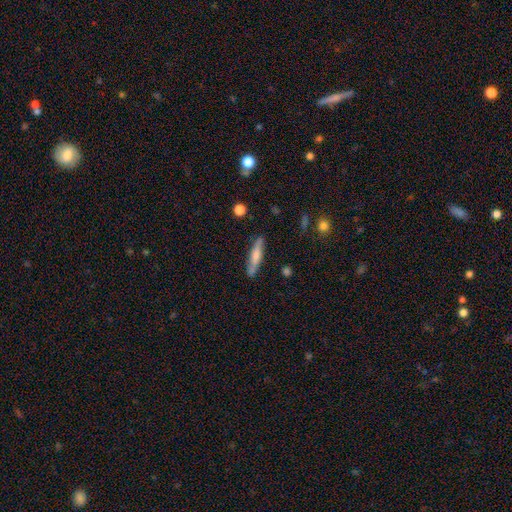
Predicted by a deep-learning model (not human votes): Overall: smooth (60%; featured or disk 33%). How rounded: cigar-shaped (86%). Merging: none (82%).